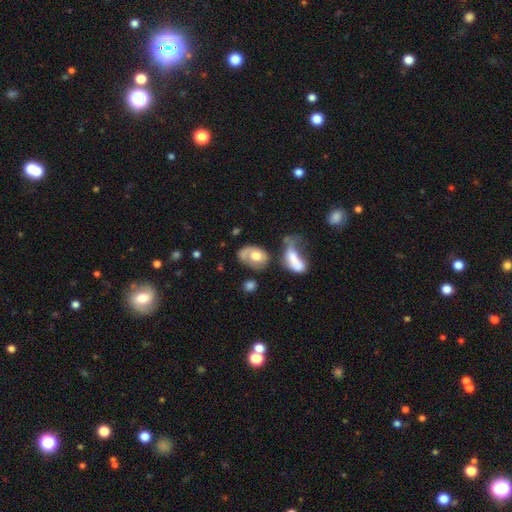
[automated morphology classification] smooth 52%, featured or disk 40%, star or artifact 7%. Down the decision tree: how rounded — in between (77%); merging — major disturbance (28%, tied with none).